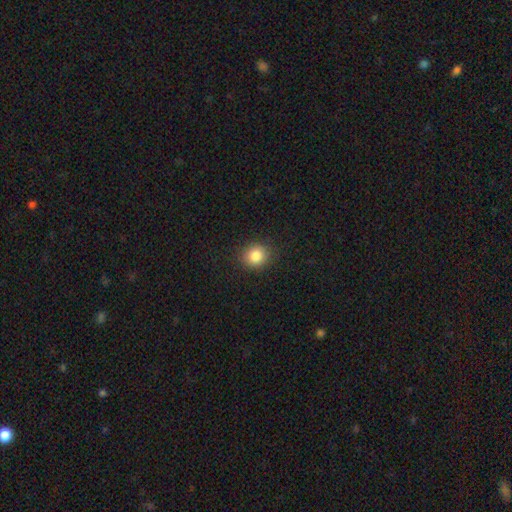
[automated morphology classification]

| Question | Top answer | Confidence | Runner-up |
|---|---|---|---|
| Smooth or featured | smooth | 84% | star or artifact (10%) |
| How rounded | round | 83% | in between (16%) |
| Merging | none | 89% | minor disturbance (8%) |